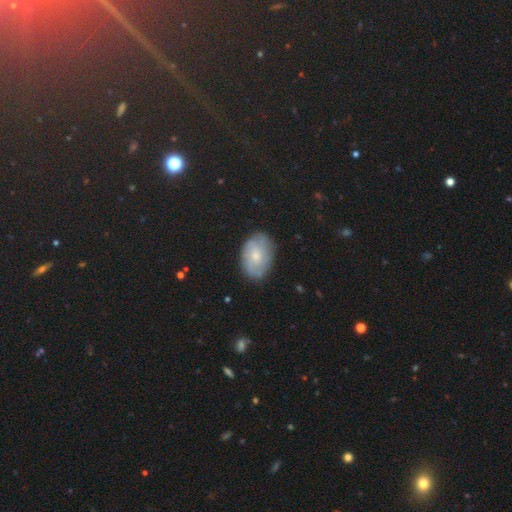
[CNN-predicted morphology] This appears to be a smooth galaxy with no disk features (49%). Merging: none (77%).